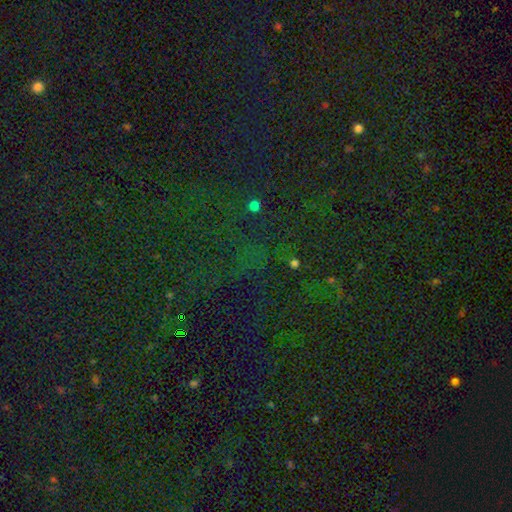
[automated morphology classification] A star or artifact, not a galaxy (80%).

Vote fractions:
- Smooth or featured? star or artifact: 80% / smooth: 13% / featured or disk: 7%